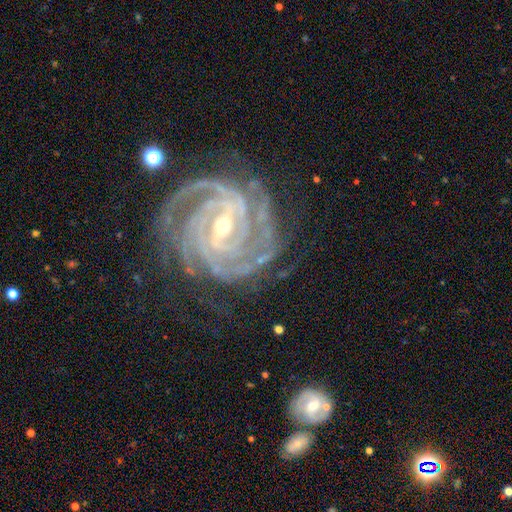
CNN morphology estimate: A featured or disk galaxy (92%) with a strong bar (51%), 4 (30%) tight (80%) spiral arms (99%) and a small central bulge (56%). Merging: none (78%).